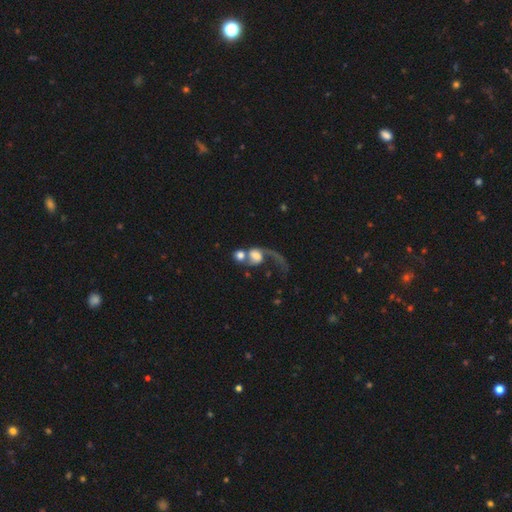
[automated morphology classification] A featured or disk galaxy (54%) with no bar (67%), spiral arms (77%) and a large central bulge (31%).

Vote fractions:
- Smooth or featured? featured or disk: 54% / smooth: 36% / star or artifact: 10%
- Edge-on disk? no: 96% / yes: 4%
- Bar? no: 67% / weak: 25% / strong: 8%
- Spiral arms? yes: 77% / no: 23%
- Bulge size? large: 31% / moderate: 29% / small: 17% / none: 13% / dominant: 10%
- Merging? merger: 53% / major disturbance: 26% / none: 15% / minor disturbance: 7%